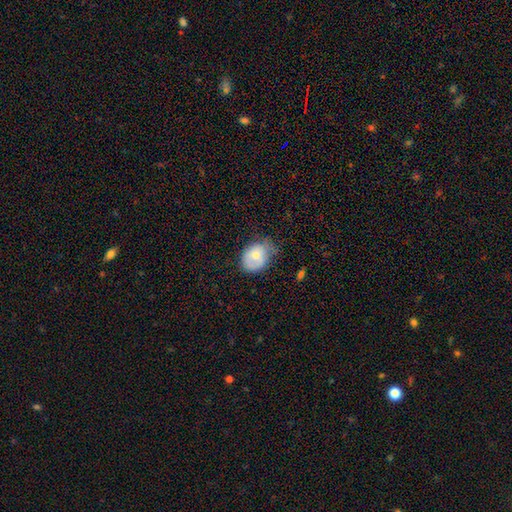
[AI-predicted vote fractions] Morphology: type=smooth (69%); roundness=in between (59%); merging=none (45%).